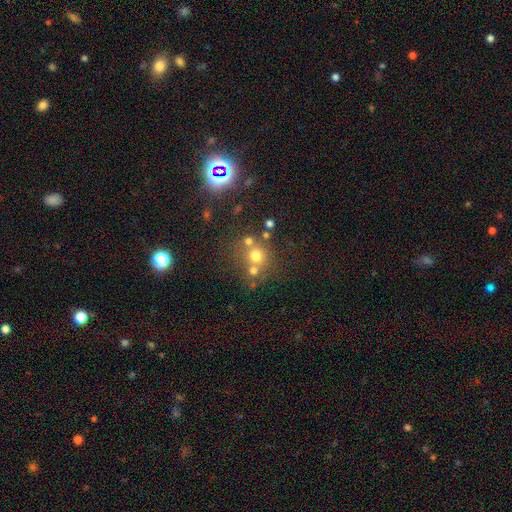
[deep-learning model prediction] Smooth or featured?
  - smooth: 64% *
  - star or artifact: 21%
  - featured or disk: 15%
How rounded?
  - round: 87% *
  - in between: 12%
  - cigar-shaped: 1%
Merging?
  - none: 56% *
  - merger: 29%
  - minor disturbance: 10%
  - major disturbance: 5%